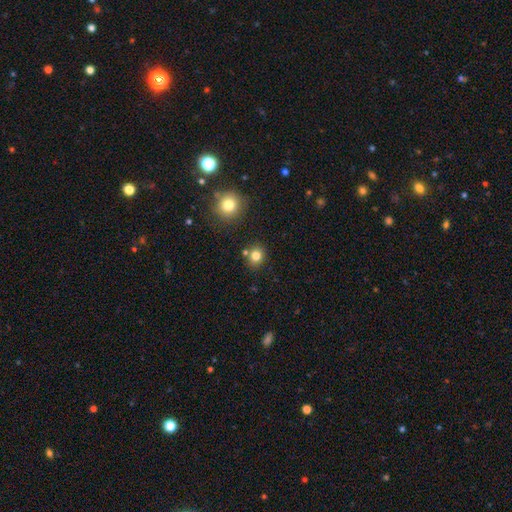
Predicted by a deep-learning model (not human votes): Smooth or featured: smooth — 80% (star or artifact — 13%)
How rounded: round — 78% (in between — 22%)
Merging: none — 78% (merger — 10%)